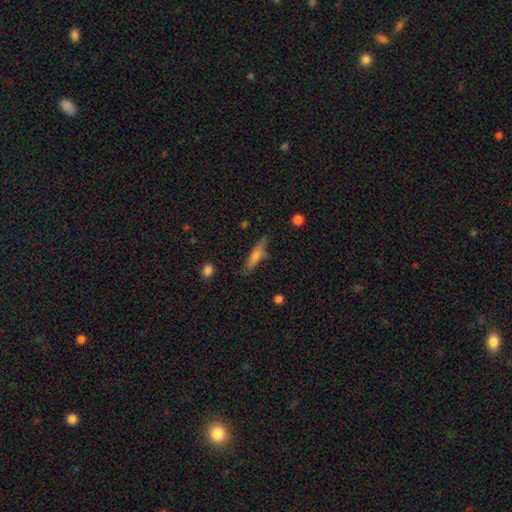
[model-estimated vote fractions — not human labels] Smooth or featured: smooth — 56% (featured or disk — 36%)
How rounded: cigar-shaped — 81% (in between — 17%)
Merging: none — 71% (minor disturbance — 20%)